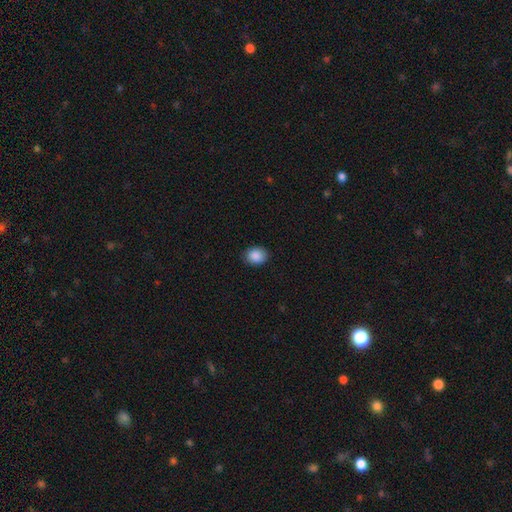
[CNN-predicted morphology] smooth 89%, star or artifact 8%, featured or disk 3%. Down the decision tree: how rounded — in between (51%); merging — none (85%).